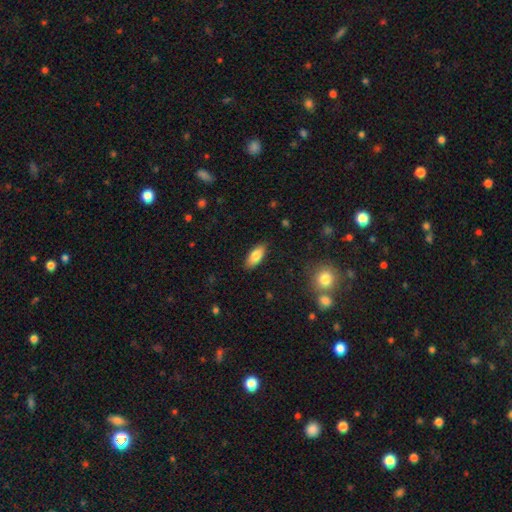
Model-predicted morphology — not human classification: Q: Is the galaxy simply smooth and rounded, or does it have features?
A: smooth — 81%.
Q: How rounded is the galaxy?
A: in between — 84%.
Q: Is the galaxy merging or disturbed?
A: none — 88%.